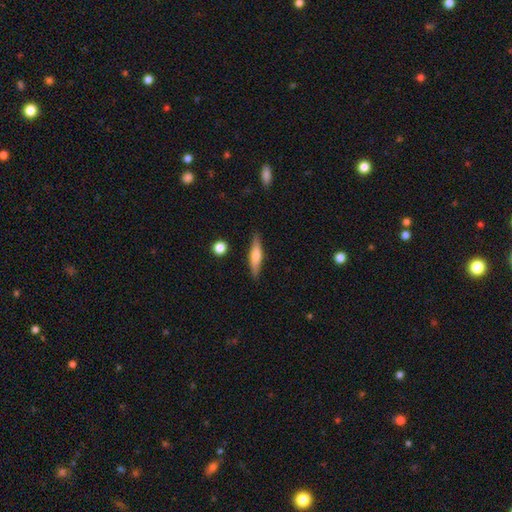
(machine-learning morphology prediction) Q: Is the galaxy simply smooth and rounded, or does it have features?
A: smooth — 57%.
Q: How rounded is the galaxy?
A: cigar-shaped — 79%.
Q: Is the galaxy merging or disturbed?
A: none — 86%.